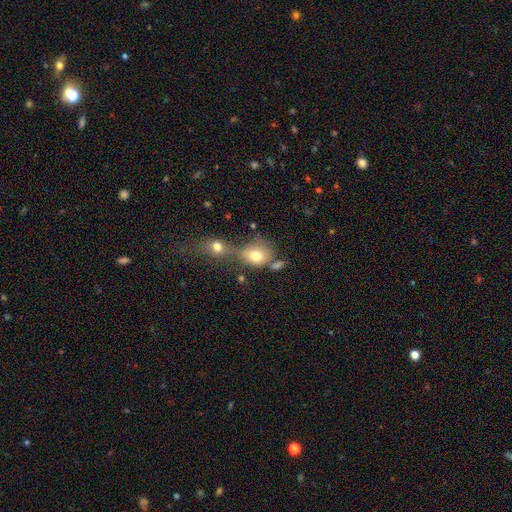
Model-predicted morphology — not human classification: This is likely a smooth galaxy (76%). How rounded: possibly round (55%). Merging: possibly merger (49%).